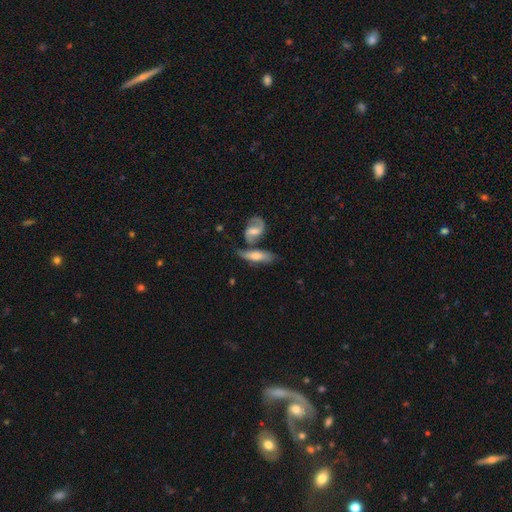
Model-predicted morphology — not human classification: The model was most divided on "smooth or featured": featured or disk: 51%, smooth: 42%, star or artifact: 7%. Remaining: edge-on disk — no (59%); merging — none (45%).